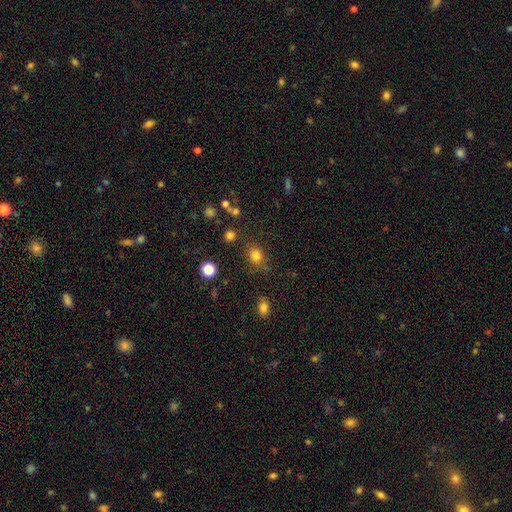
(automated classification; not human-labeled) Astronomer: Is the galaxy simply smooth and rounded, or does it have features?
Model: smooth — 79%.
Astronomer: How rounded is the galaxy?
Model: round — 68%.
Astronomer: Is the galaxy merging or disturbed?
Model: none — 75%.